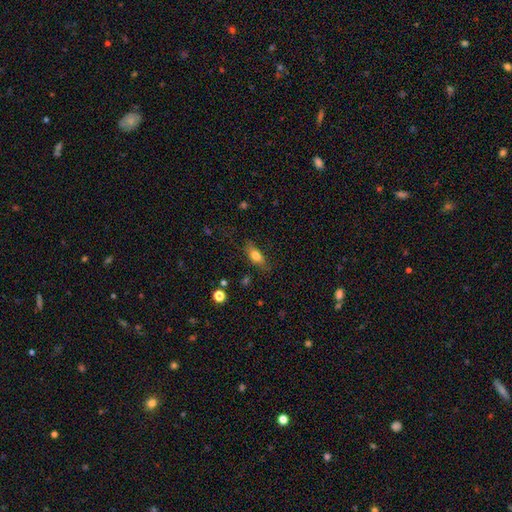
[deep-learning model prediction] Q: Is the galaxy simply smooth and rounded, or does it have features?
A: smooth — 74%.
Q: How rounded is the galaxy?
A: in between — 75%.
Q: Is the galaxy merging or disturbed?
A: none — 76%.